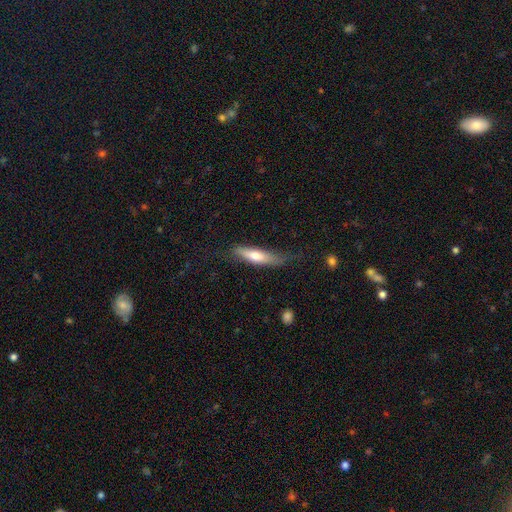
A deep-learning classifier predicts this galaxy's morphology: Q: Smooth or featured?
A: smooth (61%); runner-up: featured or disk (34%)
Q: How rounded?
A: cigar-shaped (71%); runner-up: in between (27%)
Q: Merging?
A: none (58%); runner-up: minor disturbance (29%)